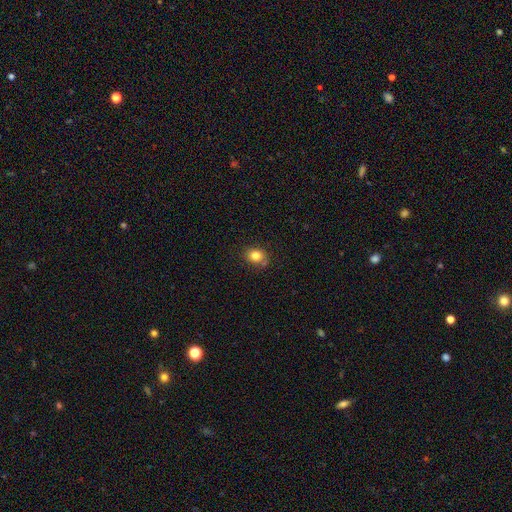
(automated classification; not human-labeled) Smooth or featured: smooth — 81% (star or artifact — 11%)
How rounded: round — 63% (in between — 36%)
Merging: none — 73% (minor disturbance — 17%)